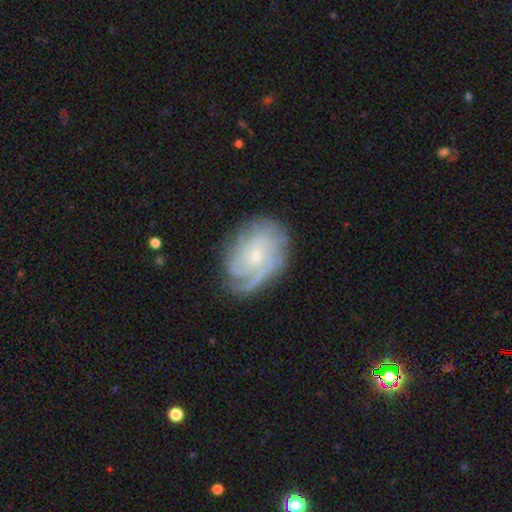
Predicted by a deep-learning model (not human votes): Overall: featured or disk (81%). Edge-on disk: no (97%). Bar: no (70%). Spiral arms: yes (95%). Spiral arm count: can't tell (37%; 3 21%). Spiral winding: tight (60%; medium 30%). Bulge size: small (71%). Merging: none (71%).